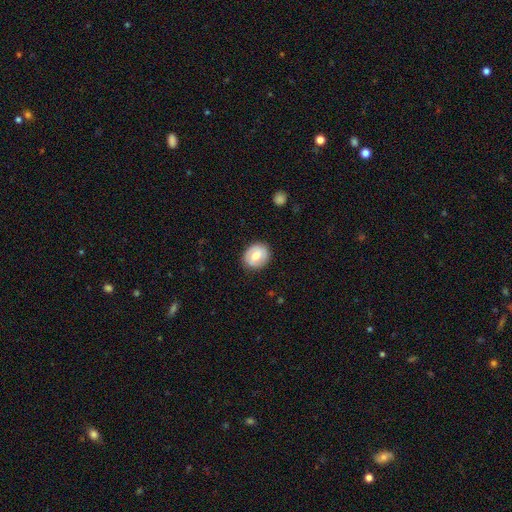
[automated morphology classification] This appears to be a smooth galaxy with no disk features (62%) that is round (62%). Merging: none (85%).